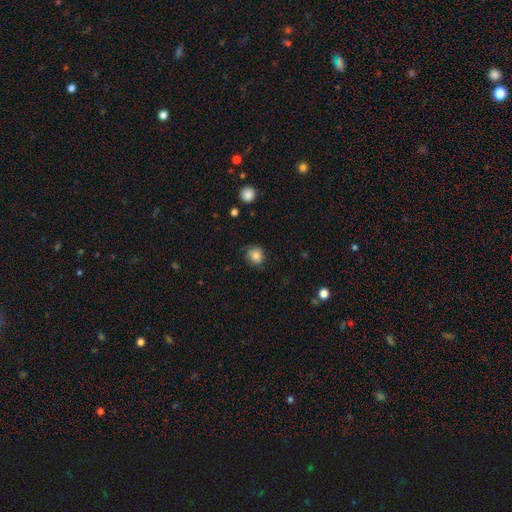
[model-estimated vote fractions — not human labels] A smooth galaxy with no disk features (77%) that is round (83%).

Vote fractions:
- Smooth or featured? smooth: 77% / featured or disk: 13% / star or artifact: 10%
- How rounded? round: 83% / in between: 16% / cigar-shaped: 1%
- Merging? none: 72% / minor disturbance: 20% / major disturbance: 6% / merger: 1%